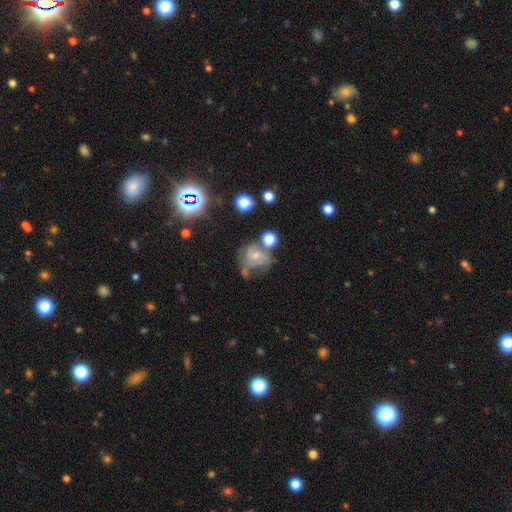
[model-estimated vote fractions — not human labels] The model was most divided on "smooth or featured": featured or disk: 48%, smooth: 39%, star or artifact: 13%. Remaining: merging — none (35%).